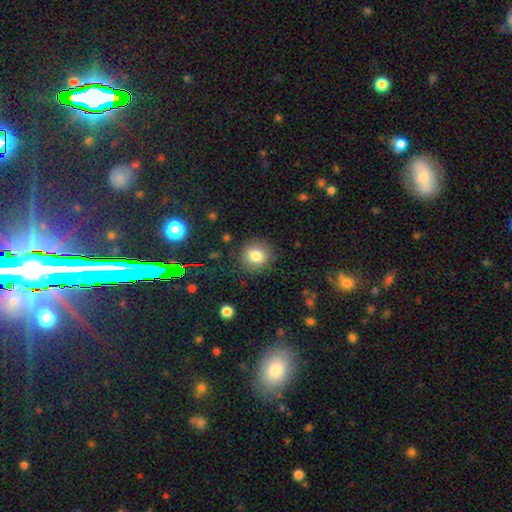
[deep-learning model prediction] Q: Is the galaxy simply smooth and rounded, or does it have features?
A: smooth — 80%.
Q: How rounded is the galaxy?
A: round — 84%.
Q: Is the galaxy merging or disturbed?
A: none — 85%.